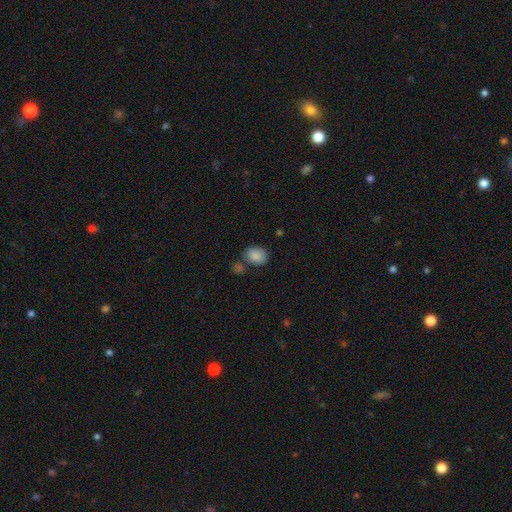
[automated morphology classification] smooth-or-featured: smooth: 86% | star or artifact: 8% | featured or disk: 6%
  how-rounded: in between: 59% | round: 40% | cigar-shaped: 1%
  merging: none: 57% | merger: 21% | minor disturbance: 16% | major disturbance: 6%